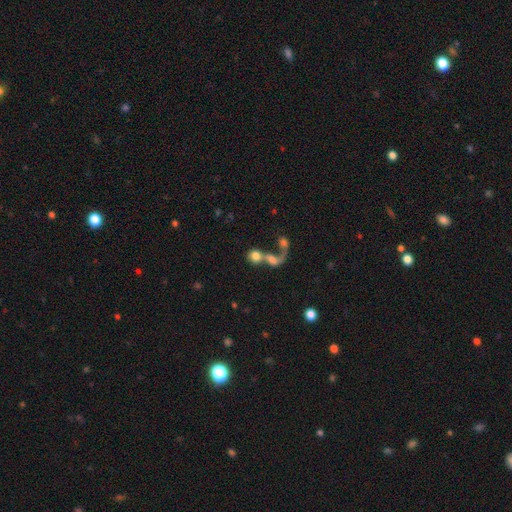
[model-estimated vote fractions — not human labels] Q: Smooth or featured?
A: smooth (63%); runner-up: featured or disk (26%)
Q: How rounded?
A: round (76%); runner-up: in between (21%)
Q: Merging?
A: merger (64%); runner-up: none (18%)